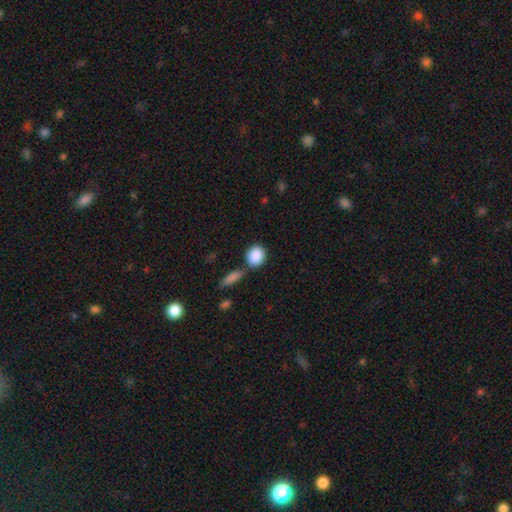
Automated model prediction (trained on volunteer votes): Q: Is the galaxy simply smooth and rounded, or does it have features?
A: smooth — 89%.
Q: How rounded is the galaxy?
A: round — 74%.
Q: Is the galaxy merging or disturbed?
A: none — 69%.